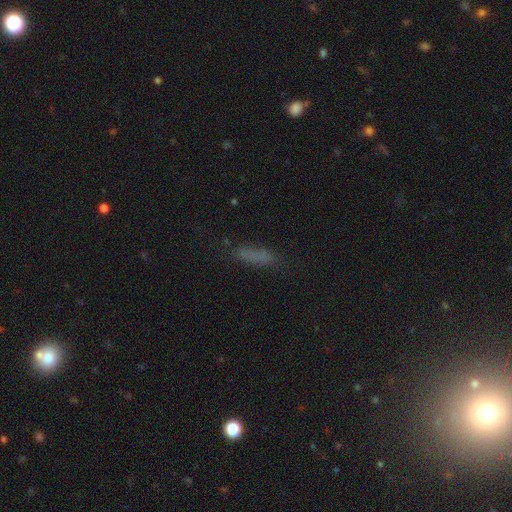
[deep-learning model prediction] This is likely a smooth galaxy (71%). How rounded: likely cigar-shaped (70%). Merging: likely none (73%).